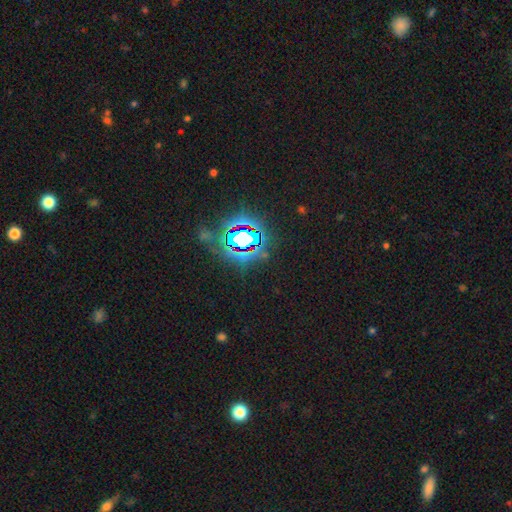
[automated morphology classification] smooth_or_featured: star or artifact (p=0.82) [alt: smooth p=0.10]